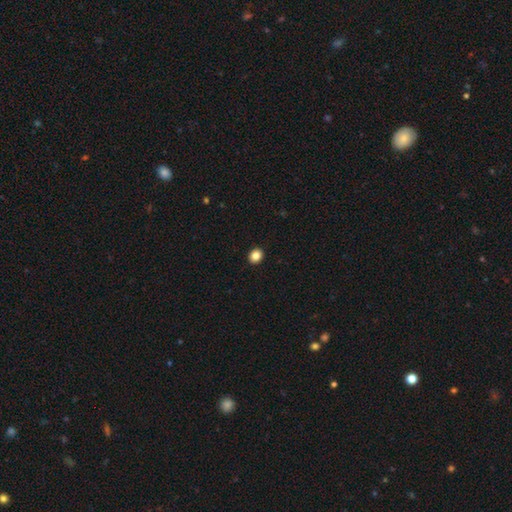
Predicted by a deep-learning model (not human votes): This appears to be a smooth galaxy with no disk features (85%) that is round (66%). Merging: none (93%).